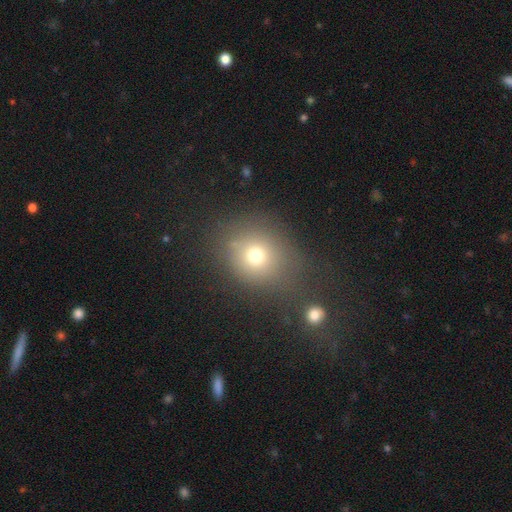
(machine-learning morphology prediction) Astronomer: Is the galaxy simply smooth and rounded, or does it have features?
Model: smooth — 70%.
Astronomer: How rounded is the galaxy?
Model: round — 68%.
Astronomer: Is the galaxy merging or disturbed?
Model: none — 65%.